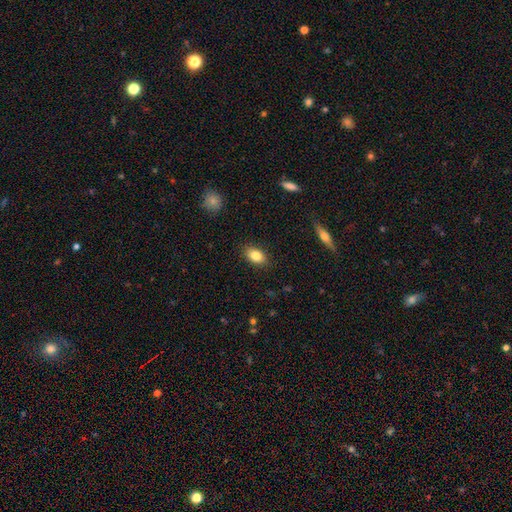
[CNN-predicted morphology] Smooth or featured?
  - smooth: 84% *
  - star or artifact: 8%
  - featured or disk: 8%
How rounded?
  - in between: 87% *
  - round: 11%
  - cigar-shaped: 2%
Merging?
  - none: 87% *
  - minor disturbance: 9%
  - major disturbance: 2%
  - merger: 1%